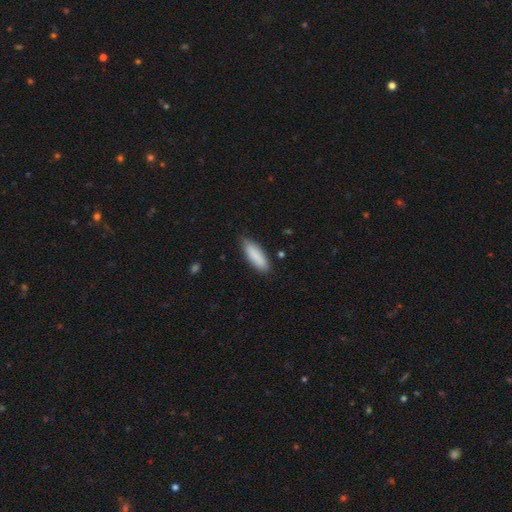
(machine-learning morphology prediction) A smooth galaxy with no disk features (87%) that is in between round and cigar-shaped (59%). Merging: none (79%).